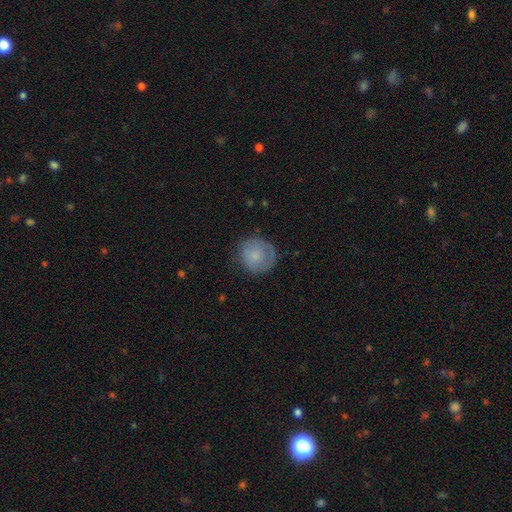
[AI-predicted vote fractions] Overall: smooth (71%). How rounded: round (90%). Merging: none (73%).